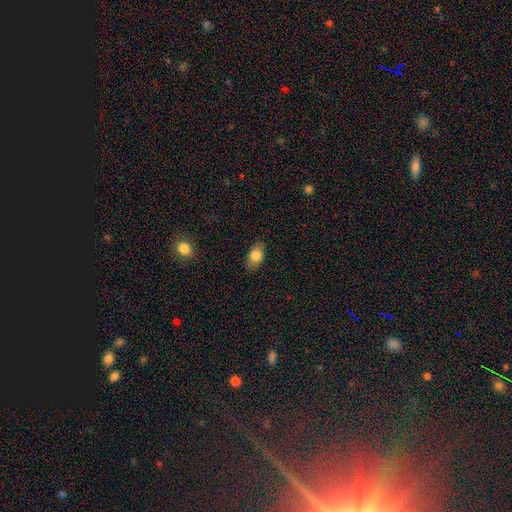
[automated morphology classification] Overall: smooth (81%). How rounded: in between (84%). Merging: none (85%).